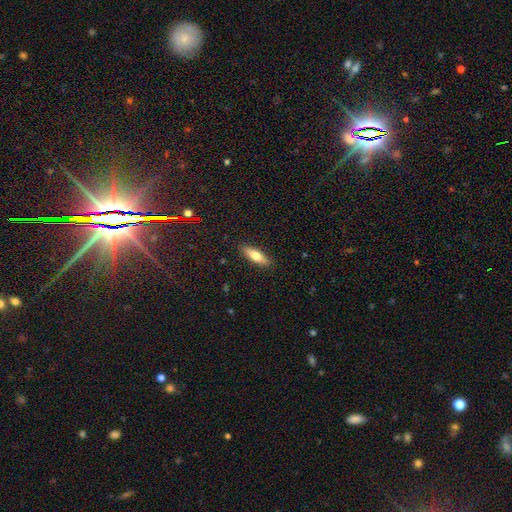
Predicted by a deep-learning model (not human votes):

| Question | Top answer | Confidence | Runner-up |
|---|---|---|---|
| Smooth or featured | smooth | 68% | featured or disk (25%) |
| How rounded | in between | 54% | cigar-shaped (43%) |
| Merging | none | 89% | minor disturbance (8%) |